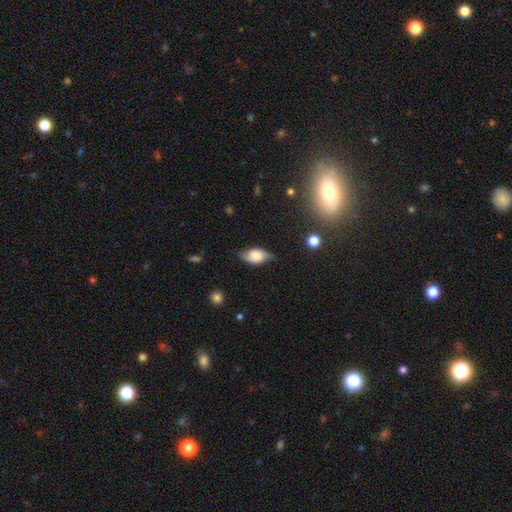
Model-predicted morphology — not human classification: Q: Smooth or featured?
A: smooth (56%); runner-up: featured or disk (35%)
Q: How rounded?
A: in between (86%); runner-up: round (9%)
Q: Merging?
A: none (63%); runner-up: minor disturbance (28%)